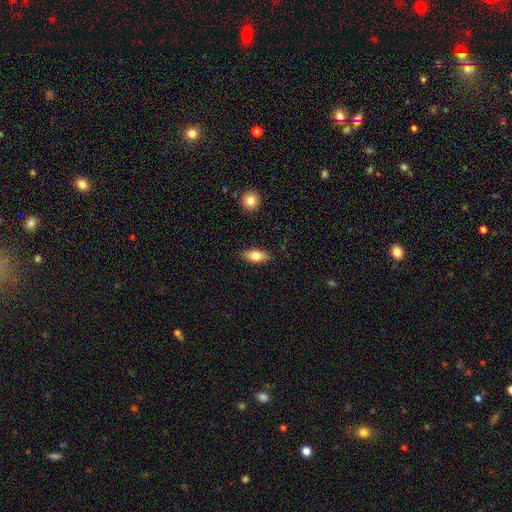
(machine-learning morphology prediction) A smooth galaxy with no disk features (75%) that is in between round and cigar-shaped (84%). Merging: none (86%).